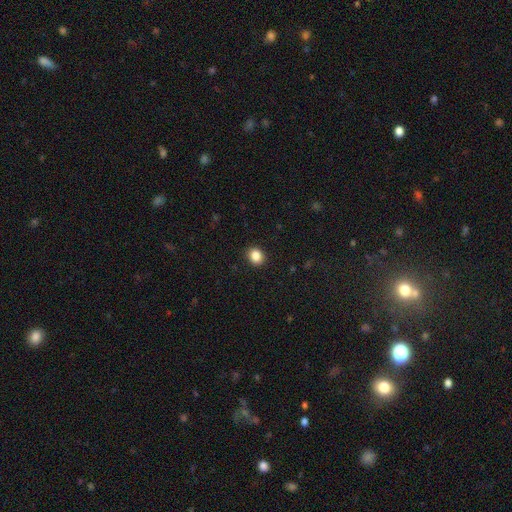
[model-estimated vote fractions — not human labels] This is clearly a smooth galaxy (86%). How rounded: likely round (63%). Merging: clearly none (91%).